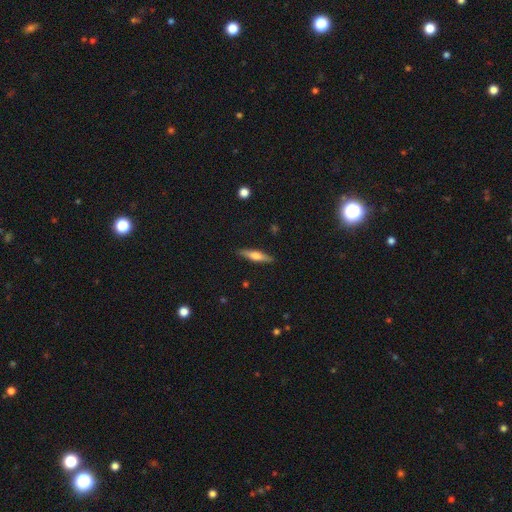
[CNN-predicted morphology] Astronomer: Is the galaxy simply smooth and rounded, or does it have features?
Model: featured or disk — 48% (runner-up: smooth, 46%).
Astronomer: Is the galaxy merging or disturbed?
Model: none — 89%.